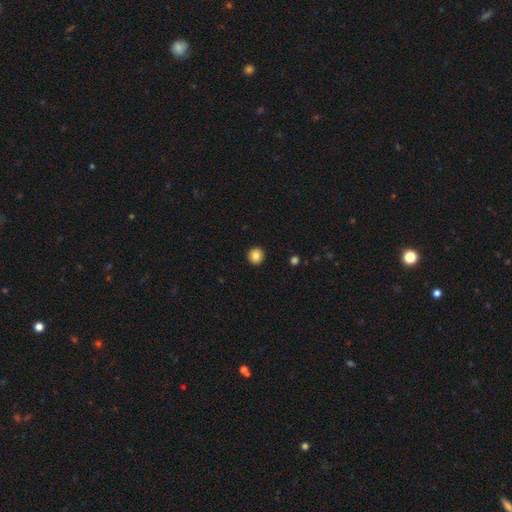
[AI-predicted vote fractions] The model was most divided on "smooth or featured": smooth: 84%, star or artifact: 9%, featured or disk: 6%. More confident: how rounded — round (94%); merging — none (93%).